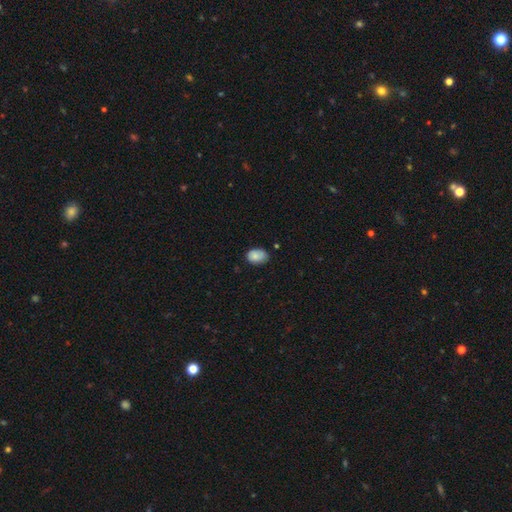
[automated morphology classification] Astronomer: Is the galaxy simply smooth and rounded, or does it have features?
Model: smooth — 81%.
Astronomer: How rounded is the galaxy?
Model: in between — 80%.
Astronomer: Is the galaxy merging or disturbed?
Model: none — 68%.